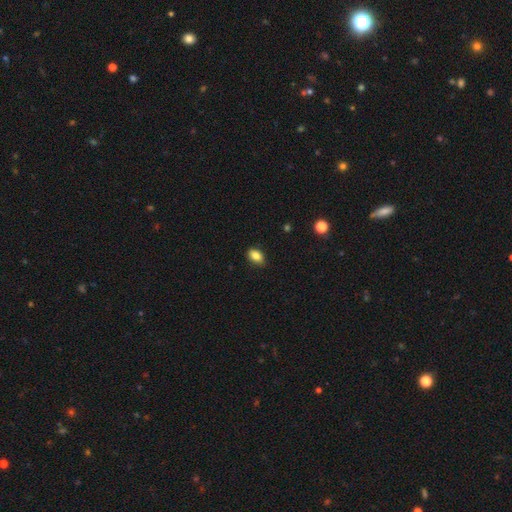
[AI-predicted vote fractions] Q: Smooth or featured?
A: smooth (85%); runner-up: star or artifact (9%)
Q: How rounded?
A: in between (85%); runner-up: round (14%)
Q: Merging?
A: none (85%); runner-up: minor disturbance (12%)